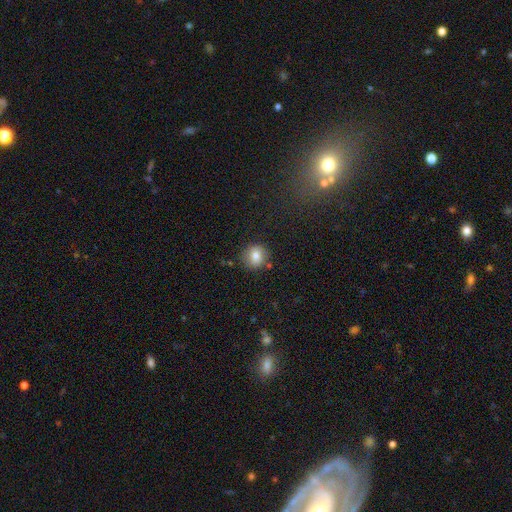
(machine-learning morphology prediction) The model was most divided on "smooth or featured": smooth: 78%, featured or disk: 11%, star or artifact: 11%. More confident: how rounded — round (86%); merging — none (82%).